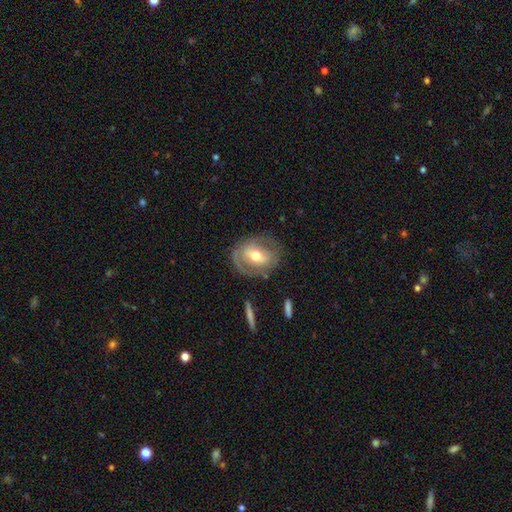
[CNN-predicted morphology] smooth-or-featured: featured or disk: 61% | smooth: 33% | star or artifact: 6%
  disk-edge-on: no: 93% | yes: 7%
    bar: weak: 38% | strong: 32% | no: 30%
    has-spiral-arms: yes: 52% | no: 48%
    bulge-size: moderate: 72% | small: 17% | large: 9% | dominant: 1% | none: 1%
  merging: none: 71% | minor disturbance: 17% | major disturbance: 9% | merger: 2%